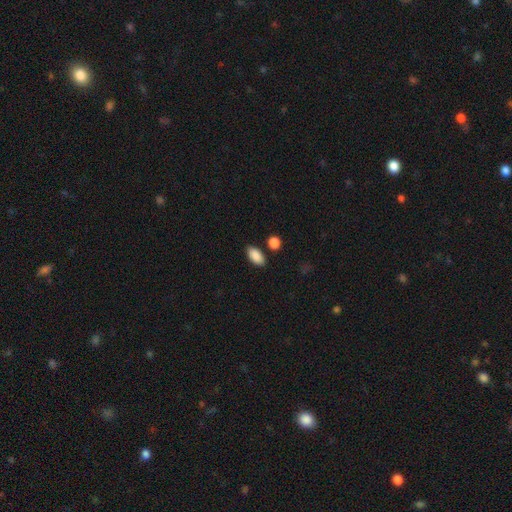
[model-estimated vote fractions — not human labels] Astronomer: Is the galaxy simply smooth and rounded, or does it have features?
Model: smooth — 89%.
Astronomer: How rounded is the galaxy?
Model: in between — 93%.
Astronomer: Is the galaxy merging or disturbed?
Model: none — 83%.